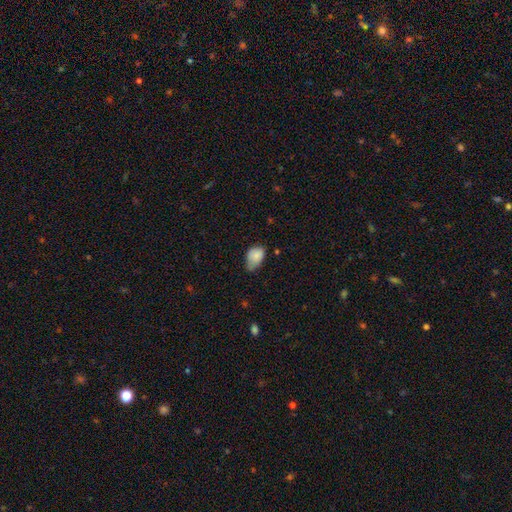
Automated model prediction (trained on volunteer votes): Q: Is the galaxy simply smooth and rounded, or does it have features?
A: smooth — 81%.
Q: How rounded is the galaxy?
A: in between — 81%.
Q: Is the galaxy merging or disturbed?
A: minor disturbance — 50%.